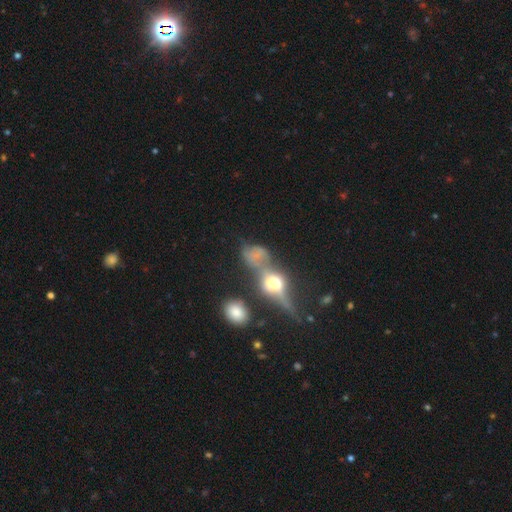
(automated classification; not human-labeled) Smooth or featured? featured or disk (45%)
Merging? none (32%)